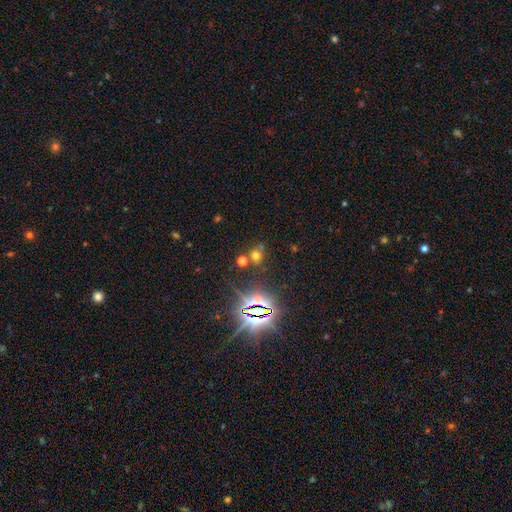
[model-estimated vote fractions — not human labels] Smooth or featured? Predicted: smooth (p=0.46). Merging? Predicted: none (p=0.66).